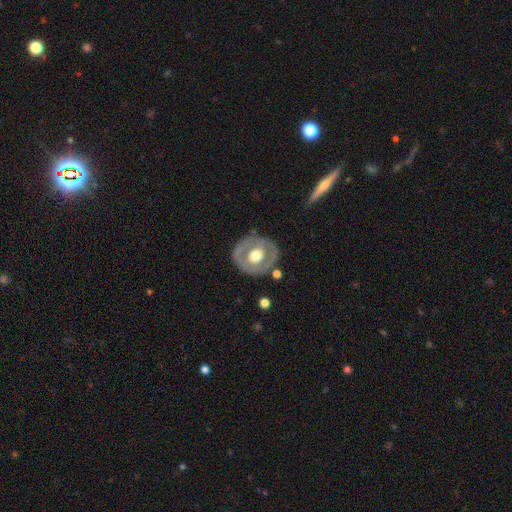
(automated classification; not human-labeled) smooth-or-featured: featured or disk: 60% | smooth: 35% | star or artifact: 5%
  disk-edge-on: no: 94% | yes: 6%
    bar: no: 81% | weak: 14% | strong: 5%
    has-spiral-arms: no: 84% | yes: 16%
    bulge-size: moderate: 56% | large: 37% | small: 4% | dominant: 2% | none: 1%
  merging: none: 77% | minor disturbance: 14% | major disturbance: 6% | merger: 3%